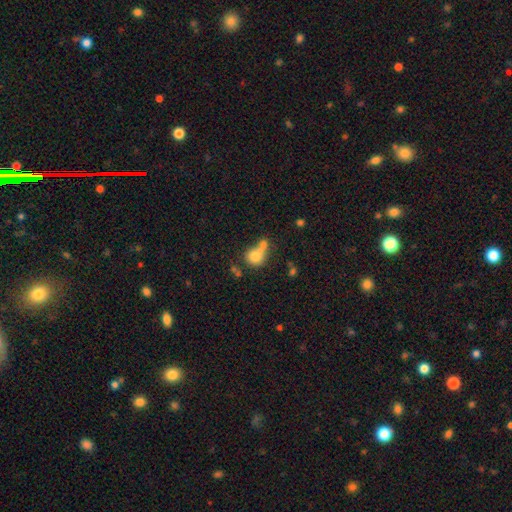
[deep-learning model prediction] Smooth or featured?
  - smooth: 73% *
  - featured or disk: 16%
  - star or artifact: 11%
How rounded?
  - round: 76% *
  - in between: 23%
  - cigar-shaped: 1%
Merging?
  - merger: 51% *
  - none: 33%
  - minor disturbance: 10%
  - major disturbance: 7%